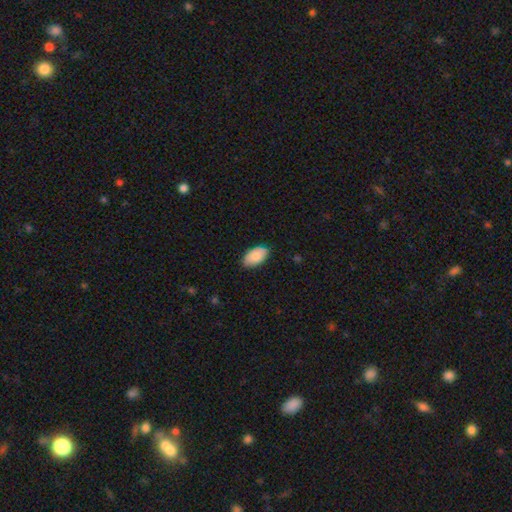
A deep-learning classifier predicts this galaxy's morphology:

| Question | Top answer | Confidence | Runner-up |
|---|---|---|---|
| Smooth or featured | smooth | 85% | featured or disk (8%) |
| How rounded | in between | 95% | round (4%) |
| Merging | none | 81% | minor disturbance (15%) |